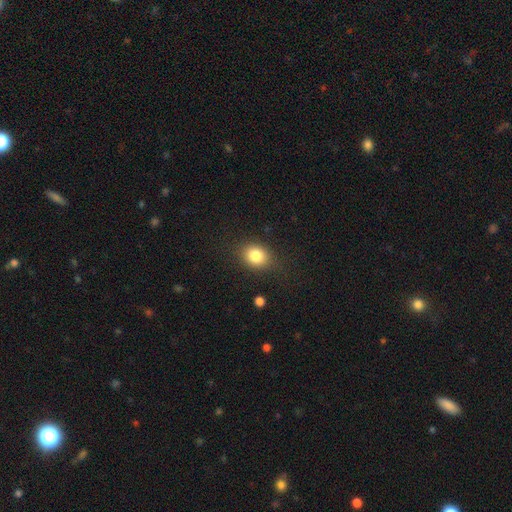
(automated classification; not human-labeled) This appears to be a smooth galaxy with no disk features (82%) that is round (50%). Merging: none (82%).